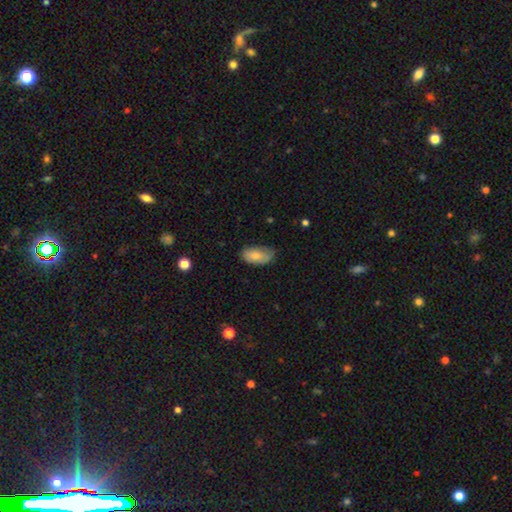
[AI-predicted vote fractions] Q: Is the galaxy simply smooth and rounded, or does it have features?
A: smooth — 79%.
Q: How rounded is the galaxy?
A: in between — 93%.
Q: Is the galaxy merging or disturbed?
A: none — 60%.